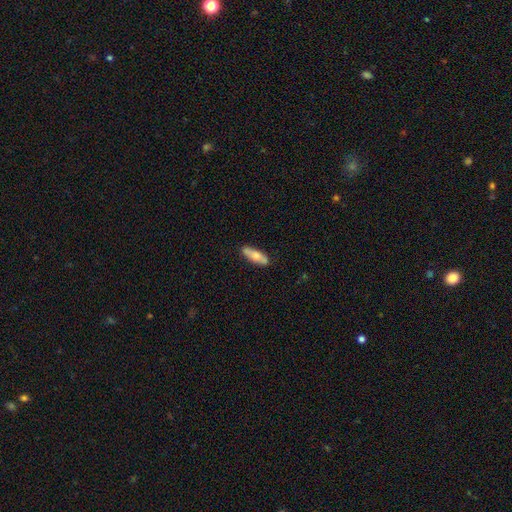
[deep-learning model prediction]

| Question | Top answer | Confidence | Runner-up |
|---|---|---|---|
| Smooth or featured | smooth | 69% | featured or disk (25%) |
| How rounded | cigar-shaped | 49% | in between (48%) |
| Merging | none | 83% | minor disturbance (13%) |